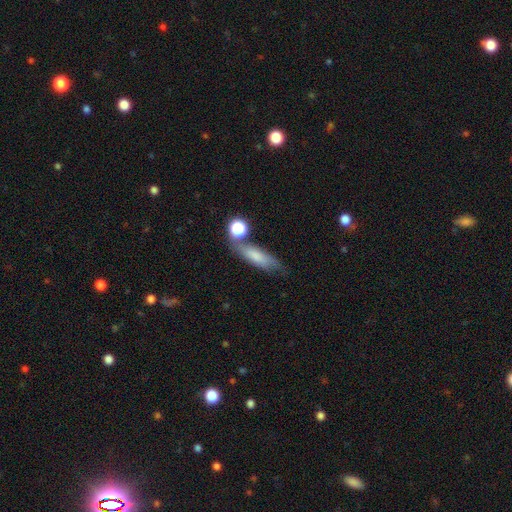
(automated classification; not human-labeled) This is likely a smooth galaxy (68%). How rounded: possibly cigar-shaped (48%). Merging: possibly none (57%).